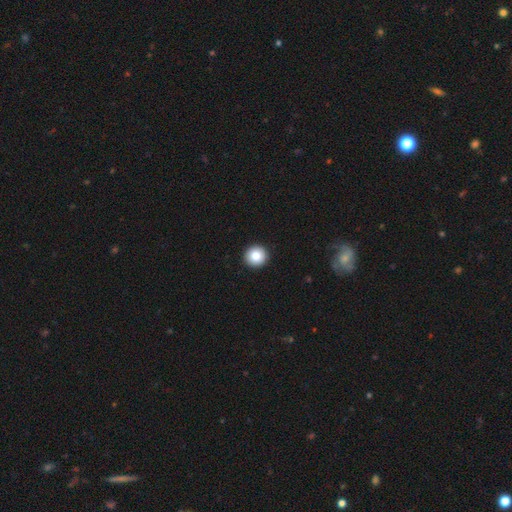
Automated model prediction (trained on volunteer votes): This is clearly a smooth galaxy (84%). How rounded: clearly round (95%). Merging: clearly none (94%).